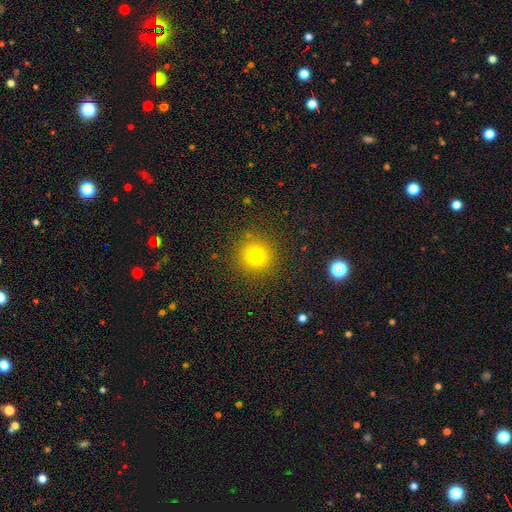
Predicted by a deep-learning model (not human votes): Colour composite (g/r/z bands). It shows a smooth galaxy with no disk features (75%) that is round (95%). Merging: none (90%).